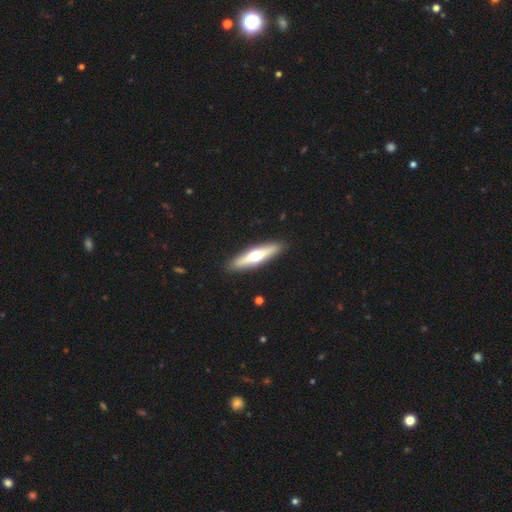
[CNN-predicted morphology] Smooth or featured? Predicted: featured or disk (p=0.55). Edge-on disk? Predicted: yes (p=0.92). Edge-on bulge? Predicted: rounded (p=0.94). Merging? Predicted: none (p=0.91).